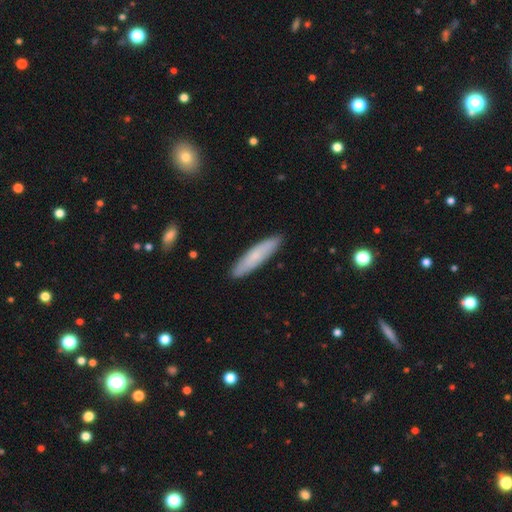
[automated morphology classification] Smooth or featured?
  - smooth: 70% *
  - featured or disk: 24%
  - star or artifact: 6%
How rounded?
  - cigar-shaped: 81% *
  - in between: 17%
  - round: 1%
Merging?
  - none: 89% *
  - minor disturbance: 8%
  - major disturbance: 2%
  - merger: 1%